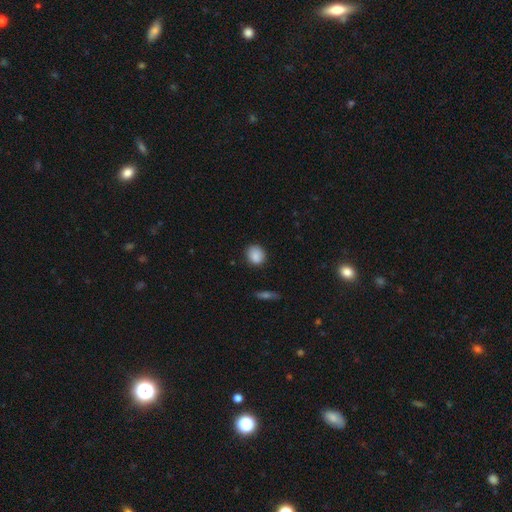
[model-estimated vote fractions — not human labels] The model was most divided on "how rounded": round: 74%, in between: 25%, cigar-shaped: 1%. More confident: smooth or featured — smooth (88%); merging — none (85%).